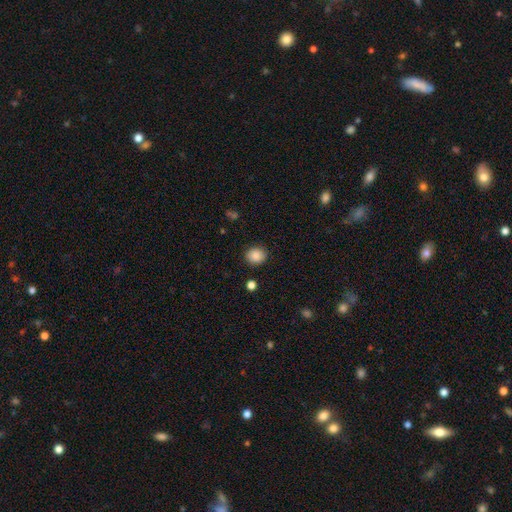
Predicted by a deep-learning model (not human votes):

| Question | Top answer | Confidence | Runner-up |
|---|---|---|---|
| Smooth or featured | smooth | 86% | star or artifact (9%) |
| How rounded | round | 78% | in between (21%) |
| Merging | none | 89% | minor disturbance (7%) |